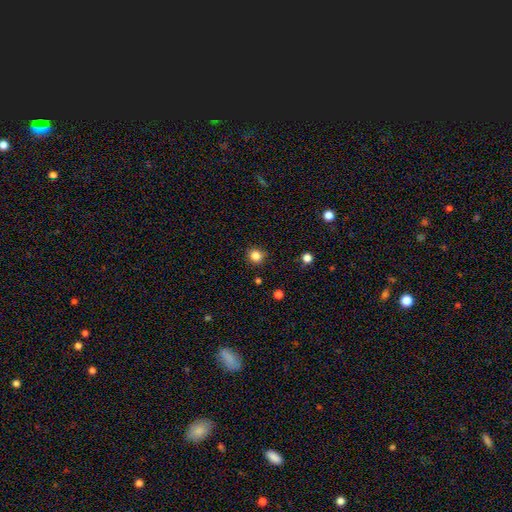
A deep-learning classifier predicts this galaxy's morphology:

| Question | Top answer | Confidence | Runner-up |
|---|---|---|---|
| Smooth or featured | smooth | 85% | star or artifact (12%) |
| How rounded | round | 92% | in between (7%) |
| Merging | none | 89% | minor disturbance (7%) |